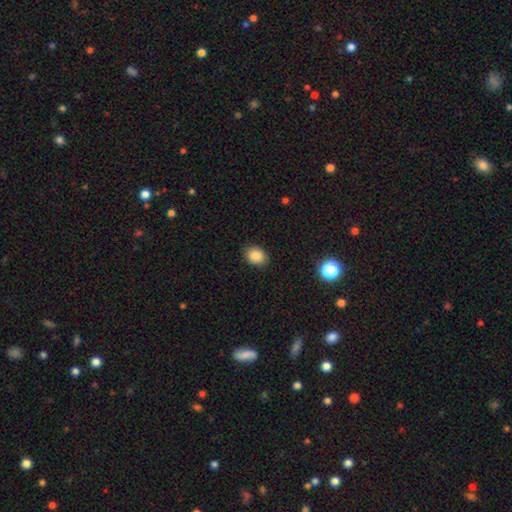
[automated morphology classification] Smooth or featured? smooth (84%)
How rounded? in between (51%)
Merging? none (87%)